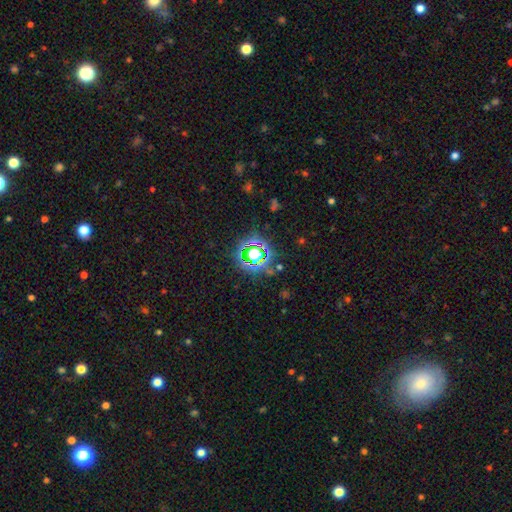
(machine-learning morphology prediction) Smooth or featured?
  - star or artifact: 66% *
  - smooth: 24%
  - featured or disk: 10%